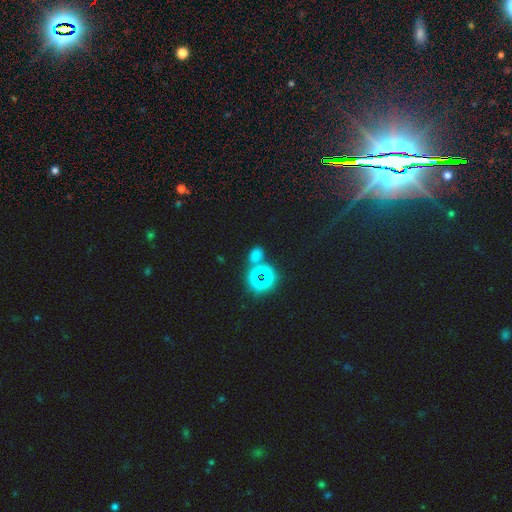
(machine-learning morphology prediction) smooth 51%, star or artifact 42%, featured or disk 7%. Down the decision tree: how rounded — in between (57%); merging — none (67%).